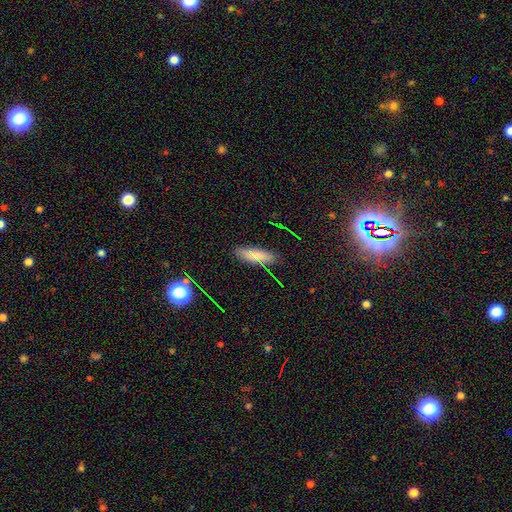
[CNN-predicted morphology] The model was most divided on "how rounded": in between: 55%, cigar-shaped: 42%, round: 3%. More confident: merging — none (85%); smooth or featured — smooth (75%).